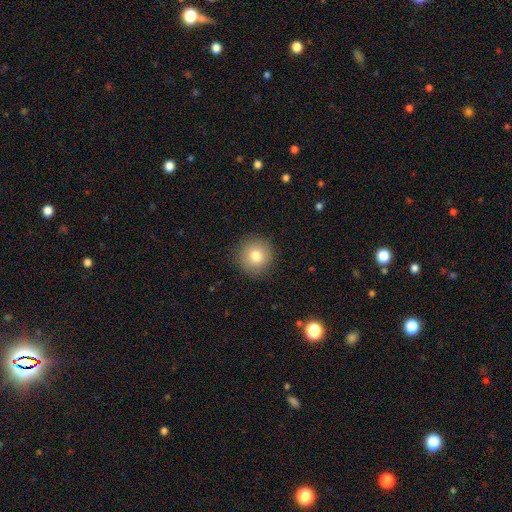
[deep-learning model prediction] Morphology: type=smooth (81%); roundness=round (93%); merging=none (90%).